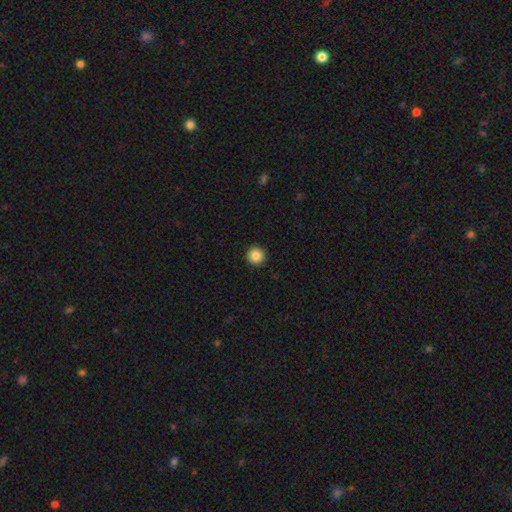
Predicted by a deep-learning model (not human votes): Q: Smooth or featured?
A: smooth (86%); runner-up: star or artifact (10%)
Q: How rounded?
A: round (96%); runner-up: in between (3%)
Q: Merging?
A: none (94%); runner-up: minor disturbance (4%)